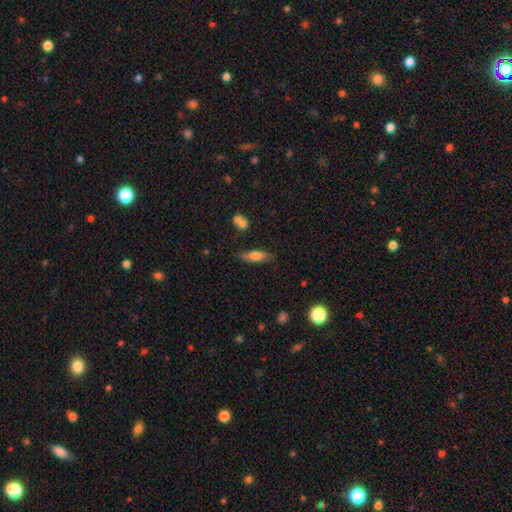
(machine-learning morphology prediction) The model was most divided on "how rounded": cigar-shaped: 50%, in between: 47%, round: 3%. More confident: merging — none (78%); smooth or featured — smooth (68%).